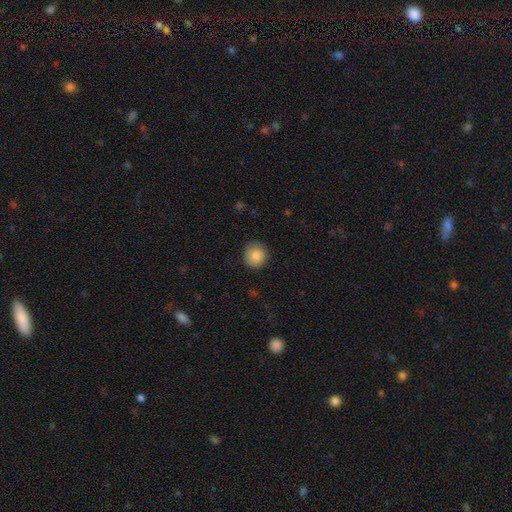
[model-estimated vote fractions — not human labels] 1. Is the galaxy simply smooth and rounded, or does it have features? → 86% smooth, 8% star or artifact, 6% featured or disk.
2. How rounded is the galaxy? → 89% round, 10% in between, 1% cigar-shaped.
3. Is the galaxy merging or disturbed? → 87% none, 10% minor disturbance, 2% major disturbance, 1% merger.